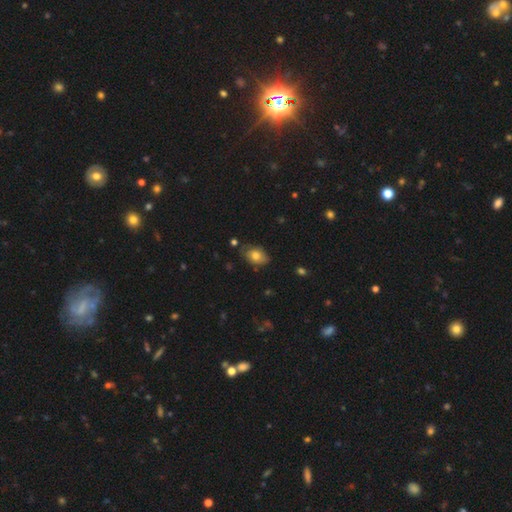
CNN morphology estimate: type=smooth (72%); roundness=in between (80%); merging=none (70%).